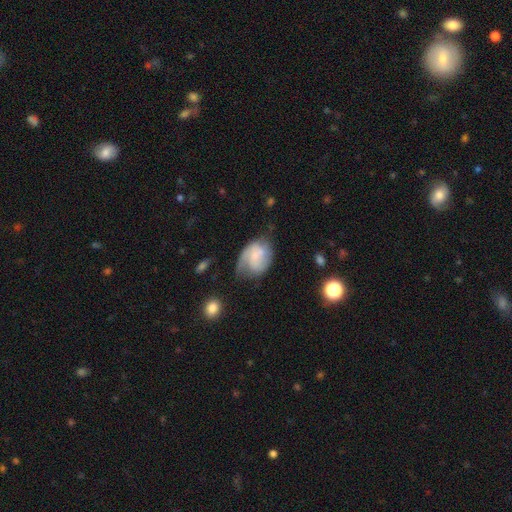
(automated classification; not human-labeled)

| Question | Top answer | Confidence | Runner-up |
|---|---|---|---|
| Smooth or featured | featured or disk | 58% | smooth (35%) |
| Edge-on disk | no | 97% | yes (3%) |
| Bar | no | 58% | weak (35%) |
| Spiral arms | yes | 86% | no (14%) |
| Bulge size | small | 49% | none (24%) |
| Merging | none | 44% | minor disturbance (31%) |